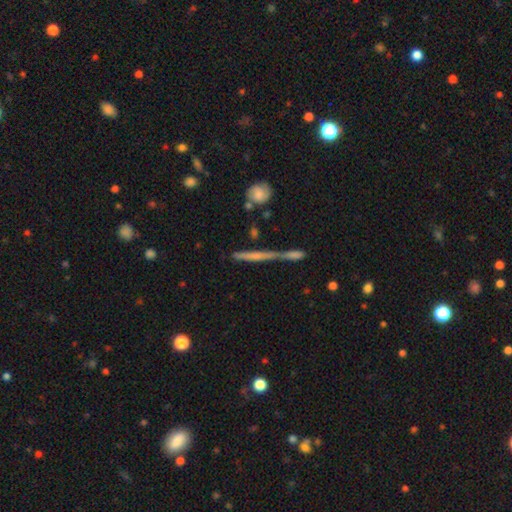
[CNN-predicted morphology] Smooth or featured: featured or disk — 49% (smooth — 41%)
Merging: none — 48% (merger — 31%)